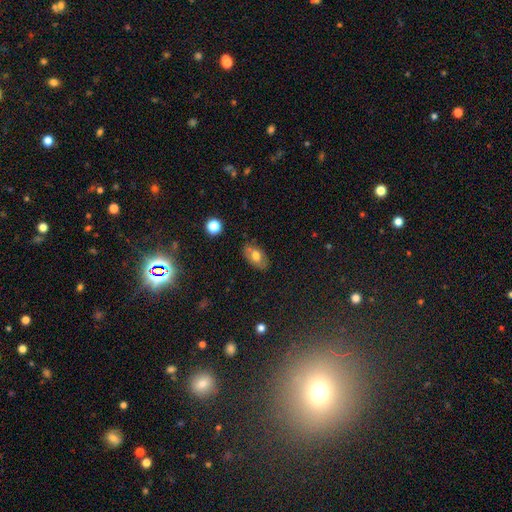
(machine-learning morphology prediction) A smooth galaxy with no disk features (63%) that is in between round and cigar-shaped (90%).

Vote fractions:
- Smooth or featured? smooth: 63% / featured or disk: 28% / star or artifact: 9%
- How rounded? in between: 90% / round: 8% / cigar-shaped: 2%
- Merging? none: 80% / minor disturbance: 15% / major disturbance: 3% / merger: 2%